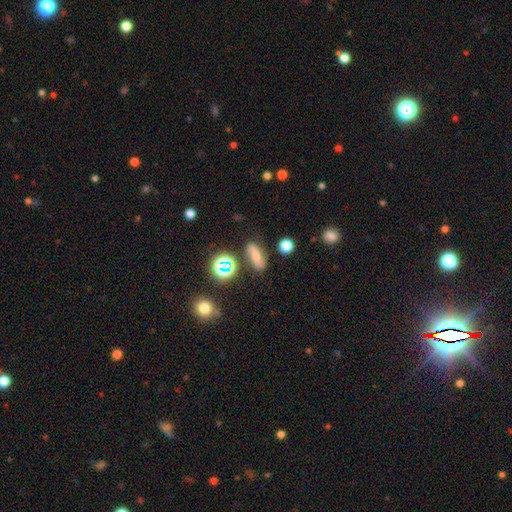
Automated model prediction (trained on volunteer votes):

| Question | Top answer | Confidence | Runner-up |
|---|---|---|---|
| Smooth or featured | smooth | 60% | featured or disk (22%) |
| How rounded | in between | 57% | cigar-shaped (27%) |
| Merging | none | 75% | minor disturbance (15%) |